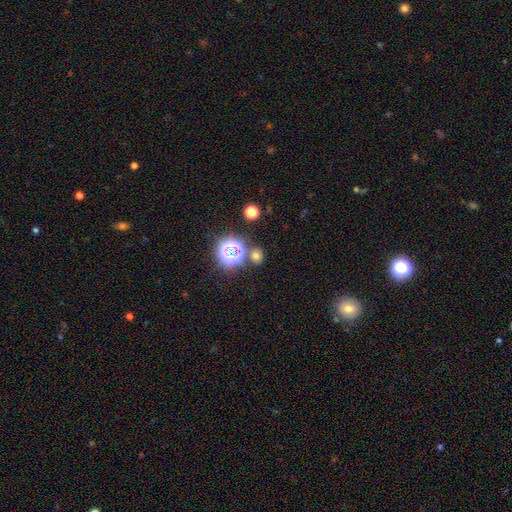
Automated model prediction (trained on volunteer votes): Smooth or featured?
  - smooth: 61% *
  - star or artifact: 31%
  - featured or disk: 7%
How rounded?
  - round: 77% *
  - in between: 22%
  - cigar-shaped: 1%
Merging?
  - none: 77% *
  - merger: 10%
  - minor disturbance: 9%
  - major disturbance: 4%